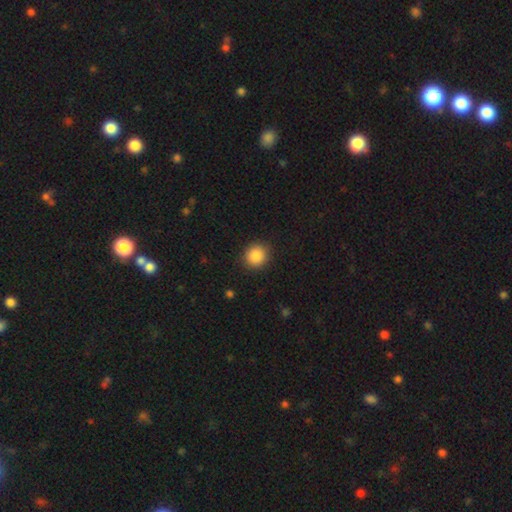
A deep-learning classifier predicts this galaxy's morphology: smooth-or-featured: smooth: 87% | star or artifact: 9% | featured or disk: 4%
  how-rounded: round: 87% | in between: 12% | cigar-shaped: 1%
  merging: none: 90% | minor disturbance: 7% | major disturbance: 2% | merger: 1%